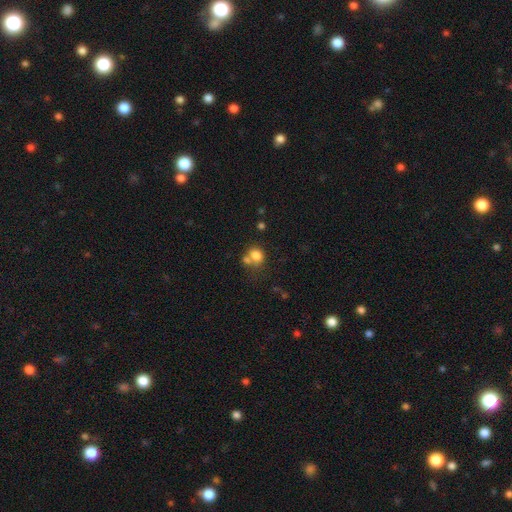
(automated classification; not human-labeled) smooth_or_featured: smooth (p=0.79) [alt: star or artifact p=0.12]
how_rounded: round (p=0.62) [alt: in between p=0.37]
merging: none (p=0.46) [alt: merger p=0.36]